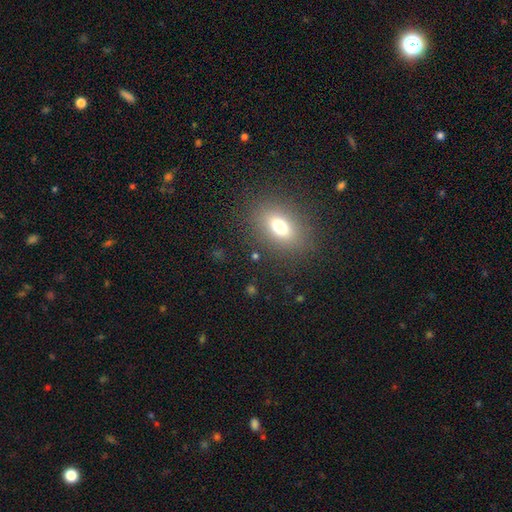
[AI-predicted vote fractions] smooth_or_featured: smooth (p=0.70) [alt: featured or disk p=0.15]
how_rounded: in between (p=0.78) [alt: round p=0.17]
merging: none (p=0.86) [alt: minor disturbance p=0.09]